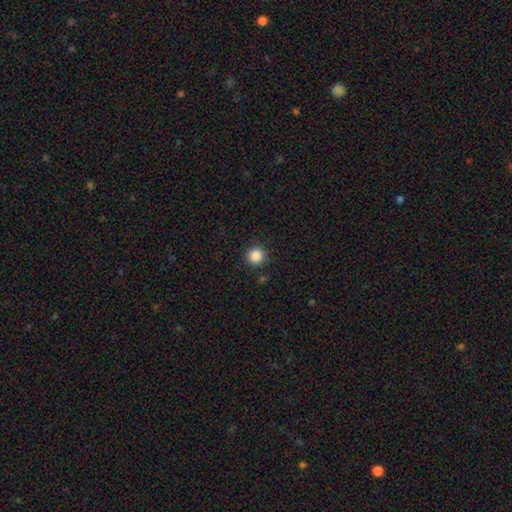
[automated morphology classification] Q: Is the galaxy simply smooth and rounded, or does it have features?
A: smooth — 86%.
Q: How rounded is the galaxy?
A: round — 95%.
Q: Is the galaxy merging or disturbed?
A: none — 91%.